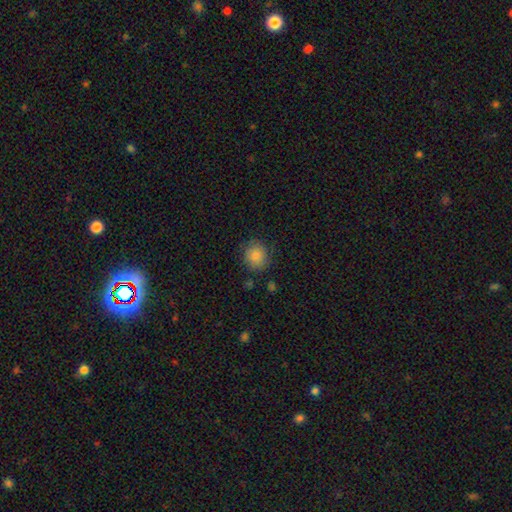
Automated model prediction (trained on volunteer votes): Smooth or featured? smooth (85%)
How rounded? round (85%)
Merging? none (83%)